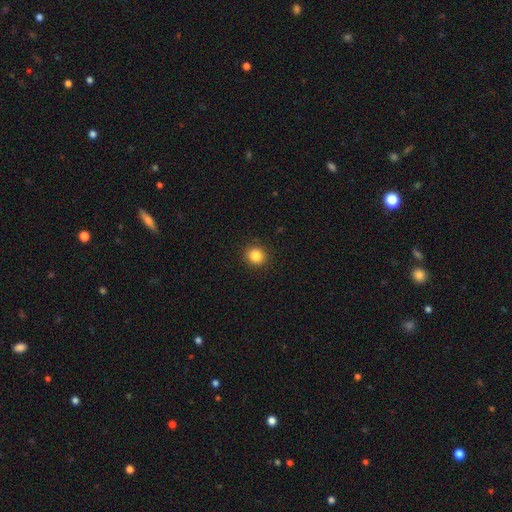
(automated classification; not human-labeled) A smooth galaxy with no disk features (85%) that is round (89%).

Vote fractions:
- Smooth or featured? smooth: 85% / star or artifact: 11% / featured or disk: 4%
- How rounded? round: 89% / in between: 10% / cigar-shaped: 1%
- Merging? none: 92% / minor disturbance: 5% / major disturbance: 2% / merger: 1%